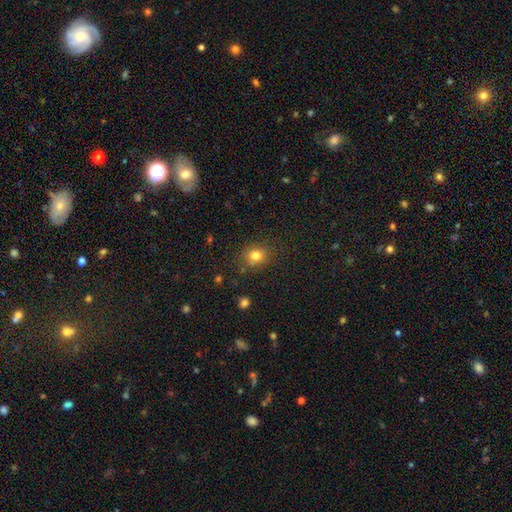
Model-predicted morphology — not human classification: Smooth or featured?
  - smooth: 79% *
  - star or artifact: 14%
  - featured or disk: 7%
How rounded?
  - round: 77% *
  - in between: 22%
  - cigar-shaped: 1%
Merging?
  - none: 83% *
  - minor disturbance: 11%
  - major disturbance: 4%
  - merger: 3%